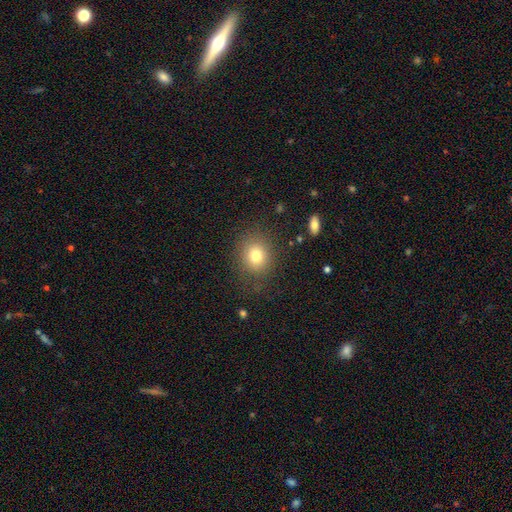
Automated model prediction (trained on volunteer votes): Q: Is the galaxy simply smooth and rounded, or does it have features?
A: smooth — 78%.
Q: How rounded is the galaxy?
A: round — 70%.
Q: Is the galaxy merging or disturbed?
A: none — 81%.